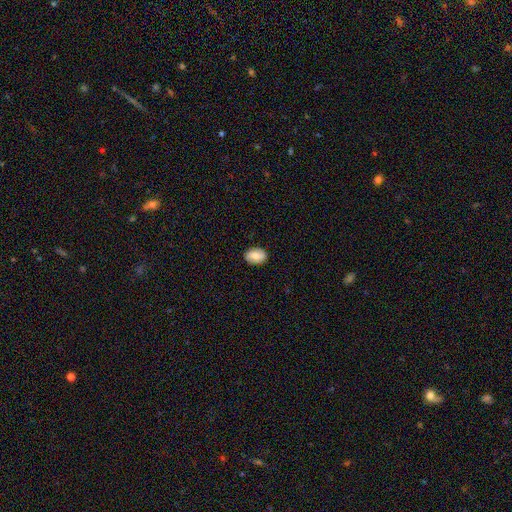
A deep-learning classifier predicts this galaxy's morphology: A smooth galaxy with no disk features (68%) that is in between round and cigar-shaped (79%). Merging: none (87%).